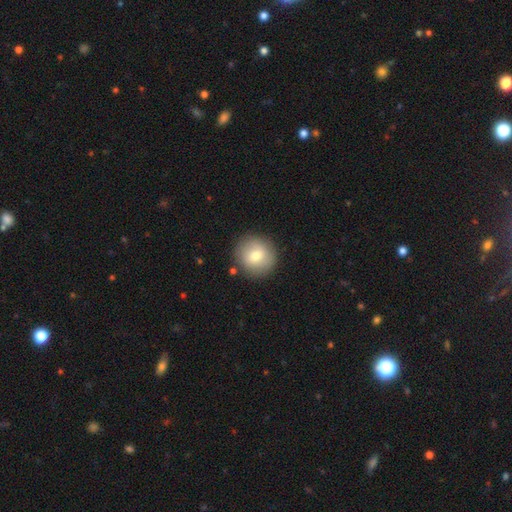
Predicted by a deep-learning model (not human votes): smooth-or-featured: smooth: 75% | featured or disk: 17% | star or artifact: 8%
  how-rounded: round: 94% | in between: 5% | cigar-shaped: 1%
  merging: none: 88% | minor disturbance: 8% | major disturbance: 2% | merger: 2%